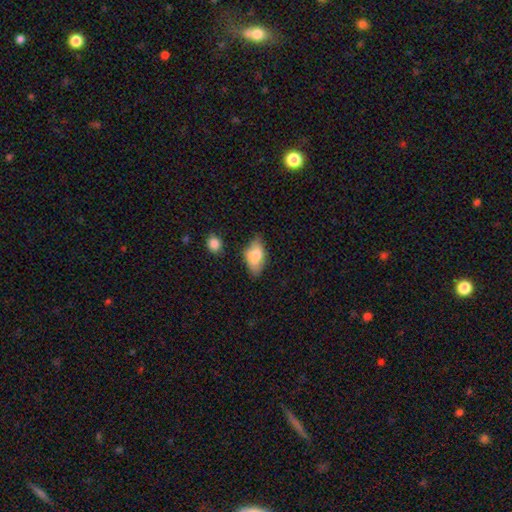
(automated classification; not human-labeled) Smooth or featured: smooth — 78% (featured or disk — 15%)
How rounded: in between — 90% (cigar-shaped — 5%)
Merging: none — 65% (minor disturbance — 26%)